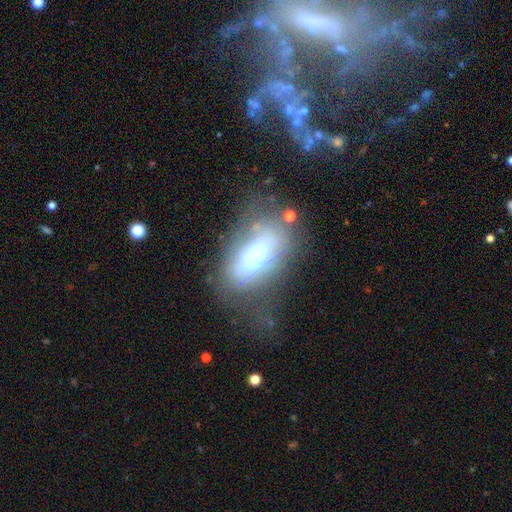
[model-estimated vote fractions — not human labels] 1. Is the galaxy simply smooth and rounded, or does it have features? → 52% smooth, 33% featured or disk, 15% star or artifact.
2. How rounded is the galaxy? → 79% in between, 18% round, 3% cigar-shaped.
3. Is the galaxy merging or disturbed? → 54% none, 21% minor disturbance, 21% major disturbance, 4% merger.